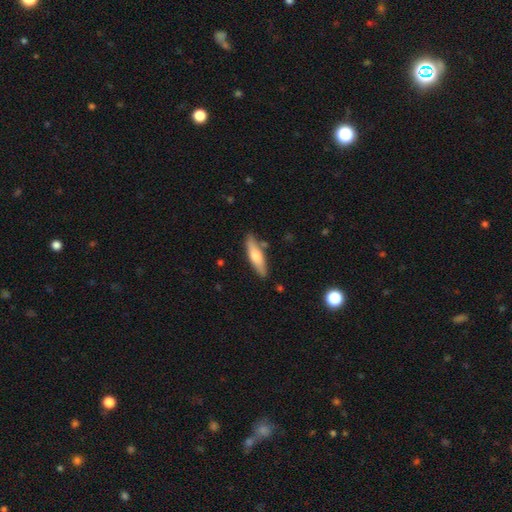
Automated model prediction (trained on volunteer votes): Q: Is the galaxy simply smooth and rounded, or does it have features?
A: smooth — 60%.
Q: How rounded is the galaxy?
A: cigar-shaped — 69%.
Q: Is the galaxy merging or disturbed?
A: none — 83%.